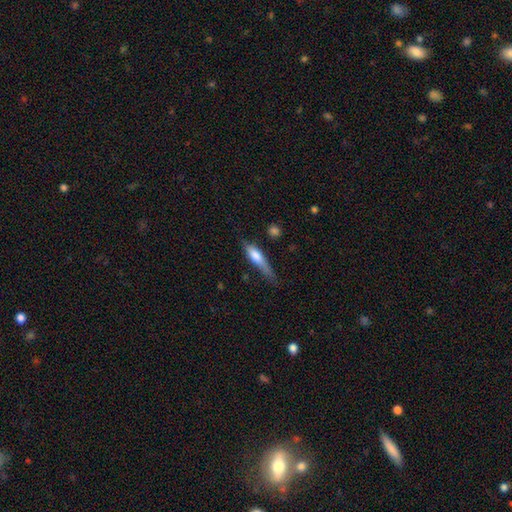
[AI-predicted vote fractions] This appears to be a smooth galaxy with no disk features (64%) that is cigar-shaped (69%). Merging: none (46%).